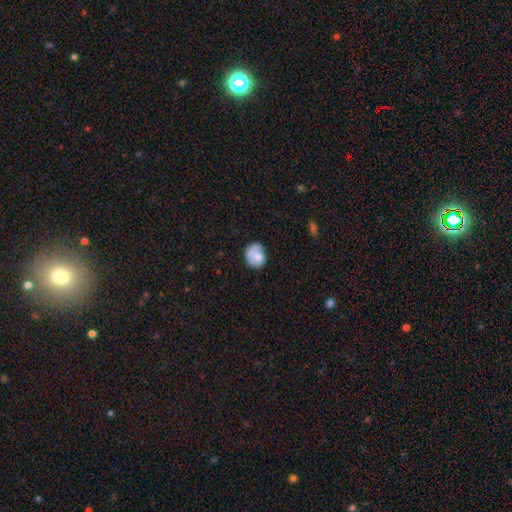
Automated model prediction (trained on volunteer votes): Q: Smooth or featured?
A: smooth (67%); runner-up: featured or disk (25%)
Q: How rounded?
A: round (57%); runner-up: in between (42%)
Q: Merging?
A: none (47%); runner-up: minor disturbance (27%)